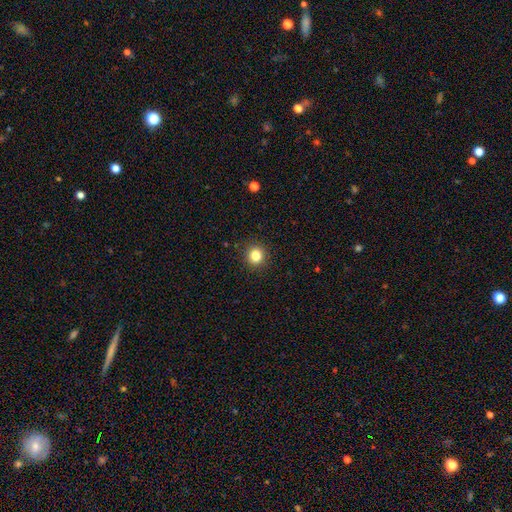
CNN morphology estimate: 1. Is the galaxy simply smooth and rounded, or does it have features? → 83% smooth, 11% star or artifact, 5% featured or disk.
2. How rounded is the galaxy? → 89% round, 10% in between, 1% cigar-shaped.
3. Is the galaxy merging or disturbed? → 91% none, 6% minor disturbance, 2% major disturbance, 1% merger.